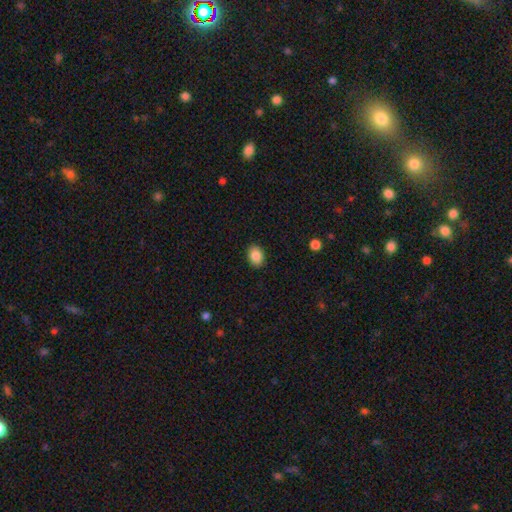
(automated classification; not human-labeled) Smooth or featured? smooth (87%)
How rounded? in between (68%)
Merging? none (90%)